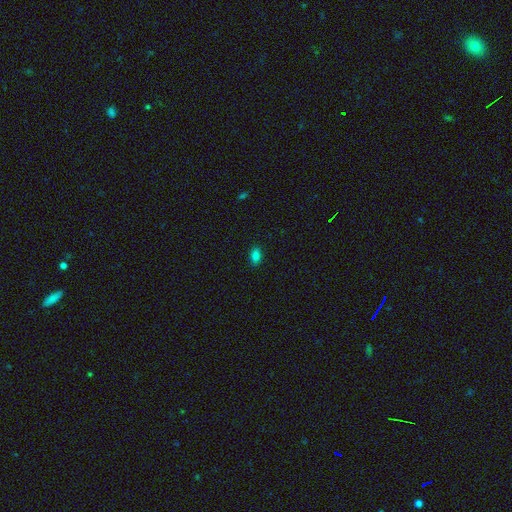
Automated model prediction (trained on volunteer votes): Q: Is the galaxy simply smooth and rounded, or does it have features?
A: smooth — 82%.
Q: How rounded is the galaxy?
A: in between — 88%.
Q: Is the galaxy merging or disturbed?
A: none — 88%.